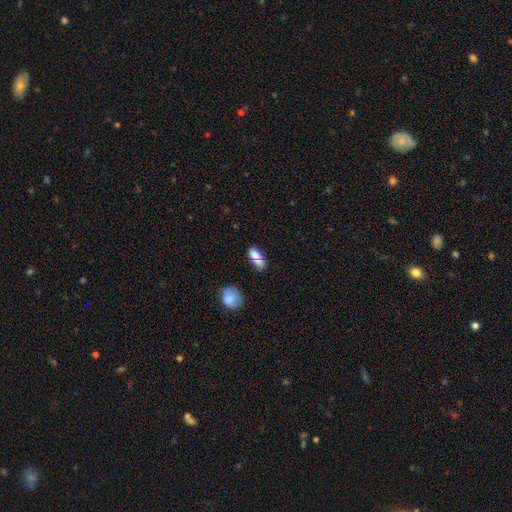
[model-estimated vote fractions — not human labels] This appears to be a smooth galaxy with no disk features (73%) that is in between round and cigar-shaped (79%). Merging: none (41%).